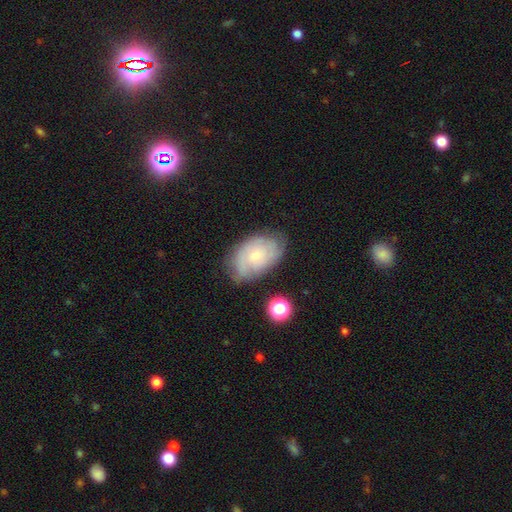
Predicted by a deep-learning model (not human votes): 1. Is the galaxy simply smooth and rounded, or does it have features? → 55% featured or disk, 37% smooth, 8% star or artifact.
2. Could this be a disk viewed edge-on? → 95% no, 5% yes.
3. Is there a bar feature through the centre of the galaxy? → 79% no, 18% weak, 2% strong.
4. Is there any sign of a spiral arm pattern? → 80% yes, 20% no.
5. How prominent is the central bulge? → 68% small, 26% moderate, 3% none, 2% large, 1% dominant.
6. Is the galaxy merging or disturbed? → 64% none, 26% minor disturbance, 7% major disturbance, 3% merger.